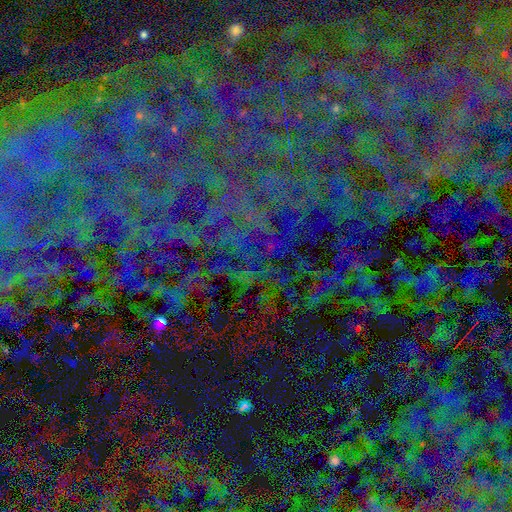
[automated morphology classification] Overall: star or artifact (82%).